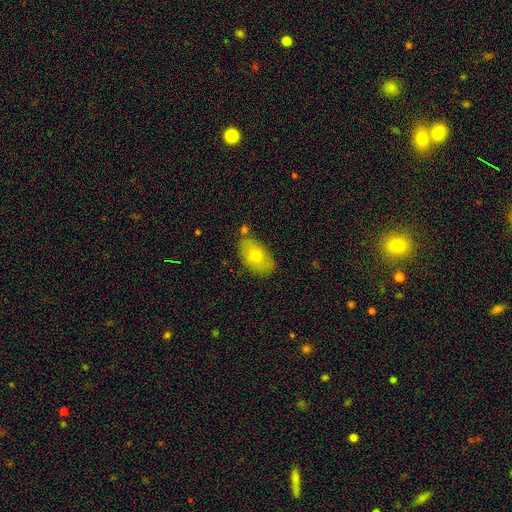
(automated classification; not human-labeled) Overall: smooth (68%). How rounded: in between (90%). Merging: none (71%).